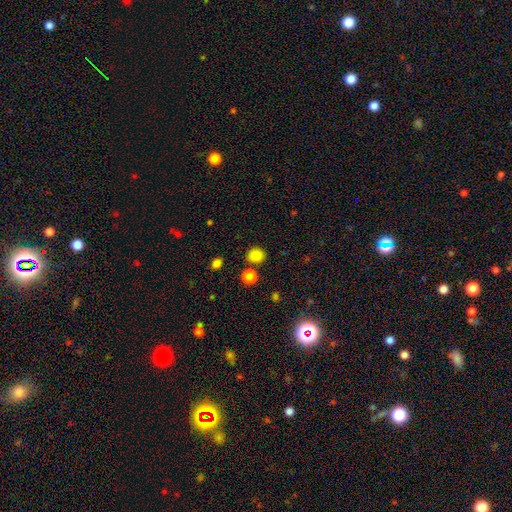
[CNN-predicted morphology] smooth_or_featured: smooth (p=0.83) [alt: star or artifact p=0.13]
how_rounded: round (p=0.83) [alt: in between p=0.16]
merging: none (p=0.79) [alt: merger p=0.10]